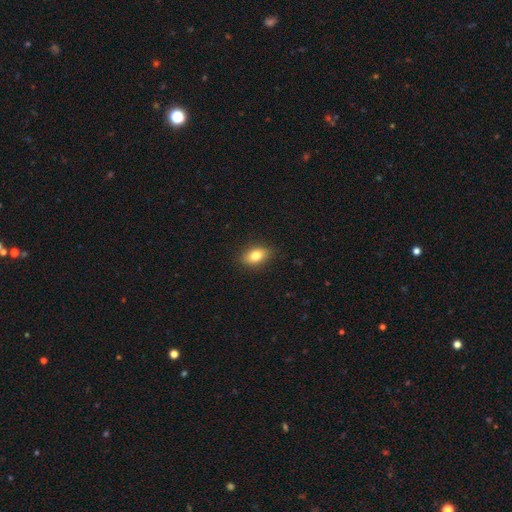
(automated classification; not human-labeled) Q: Smooth or featured?
A: smooth (81%); runner-up: featured or disk (11%)
Q: How rounded?
A: in between (83%); runner-up: round (14%)
Q: Merging?
A: none (86%); runner-up: minor disturbance (11%)